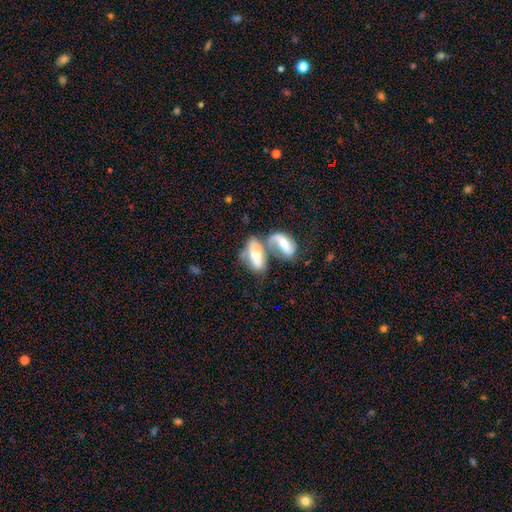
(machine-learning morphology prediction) Smooth or featured: featured or disk — 48% (smooth — 44%)
Merging: merger — 72% (none — 11%)